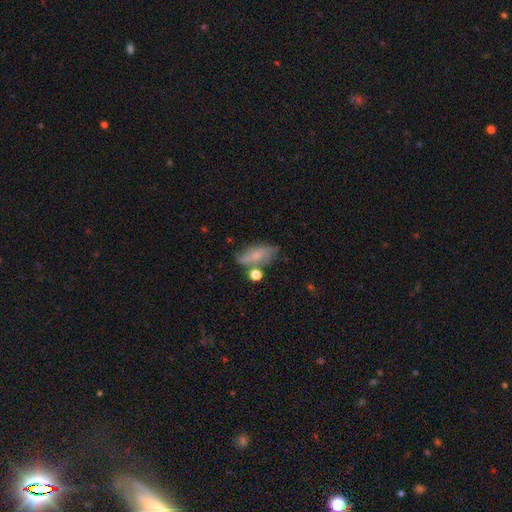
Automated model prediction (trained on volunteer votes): Morphology: type=smooth (50%); merging=none (48%).